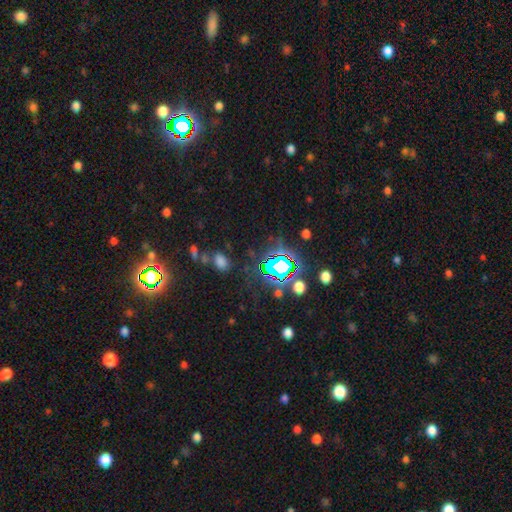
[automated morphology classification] This is likely a star or artifact rather than a galaxy (78%).